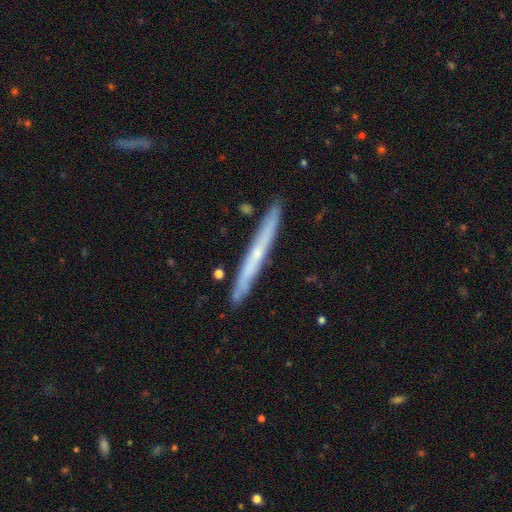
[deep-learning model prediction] A featured or disk galaxy (57%) viewed edge-on (94%) with no central bulge (64%).

Vote fractions:
- Smooth or featured? featured or disk: 57% / smooth: 37% / star or artifact: 6%
- Edge-on disk? yes: 94% / no: 6%
- Edge-on bulge? none: 64% / rounded: 33% / boxy: 3%
- Merging? none: 89% / minor disturbance: 8% / merger: 2% / major disturbance: 1%